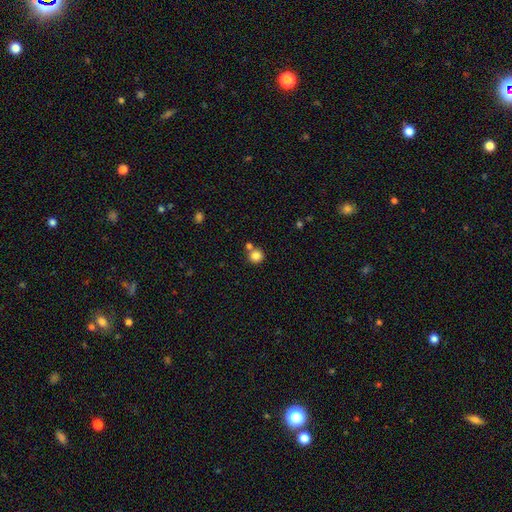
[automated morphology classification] Smooth or featured: smooth — 83% (star or artifact — 11%)
How rounded: round — 92% (in between — 7%)
Merging: none — 67% (merger — 23%)